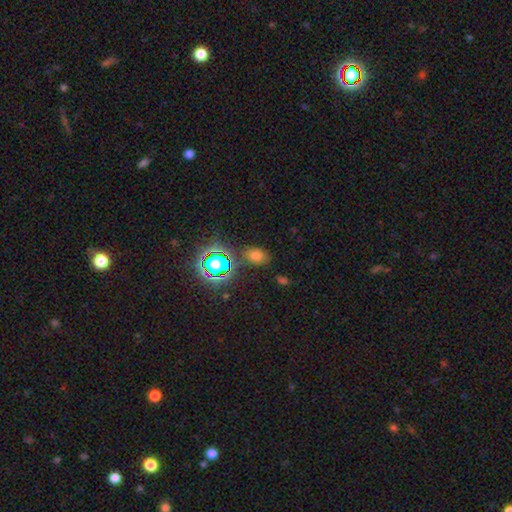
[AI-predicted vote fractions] smooth 60%, star or artifact 31%, featured or disk 8%. Down the decision tree: how rounded — in between (78%); merging — none (79%).